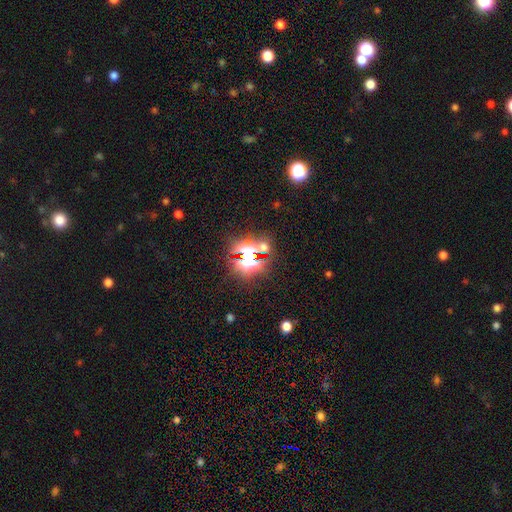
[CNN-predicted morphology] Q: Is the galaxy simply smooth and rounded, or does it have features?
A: star or artifact — 68%.